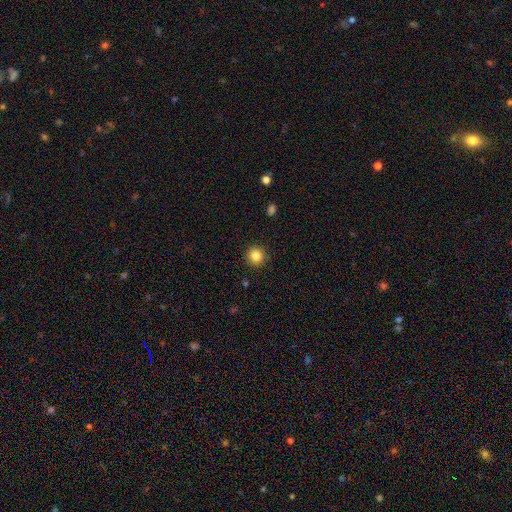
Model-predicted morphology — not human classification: smooth 85%, star or artifact 10%, featured or disk 4%. Down the decision tree: how rounded — round (94%); merging — none (91%).